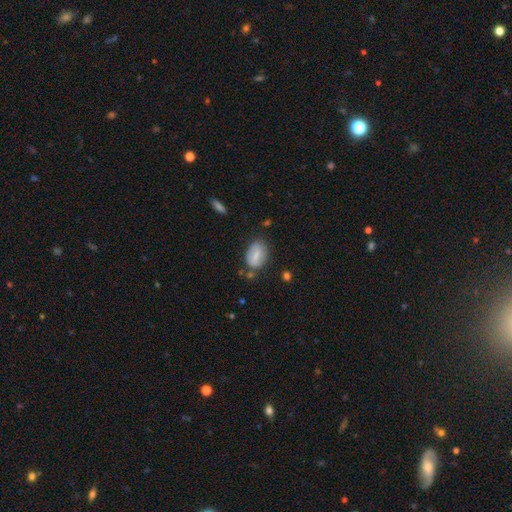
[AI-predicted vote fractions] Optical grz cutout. It shows a smooth galaxy with no disk features (61%) that is in between round and cigar-shaped (84%). Merging: none (69%).